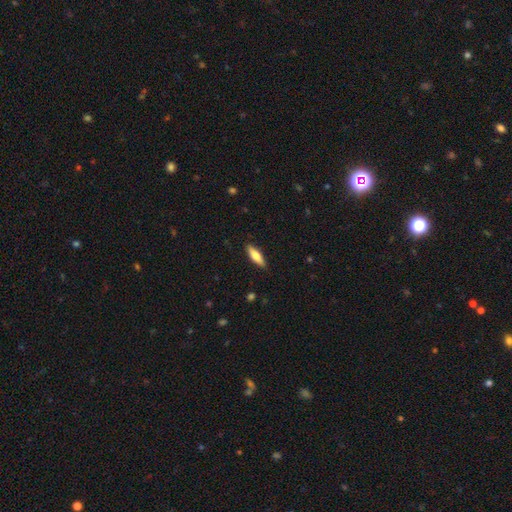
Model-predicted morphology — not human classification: smooth_or_featured: smooth (p=0.68) [alt: featured or disk p=0.26]
how_rounded: cigar-shaped (p=0.54) [alt: in between p=0.44]
merging: none (p=0.89) [alt: minor disturbance p=0.08]